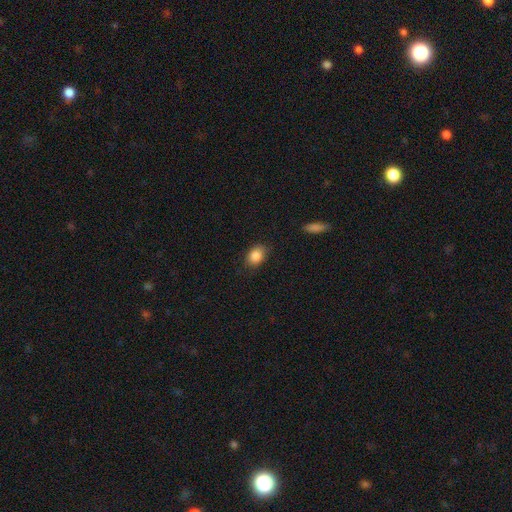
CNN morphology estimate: Overall: smooth (86%). How rounded: in between (72%). Merging: none (82%).